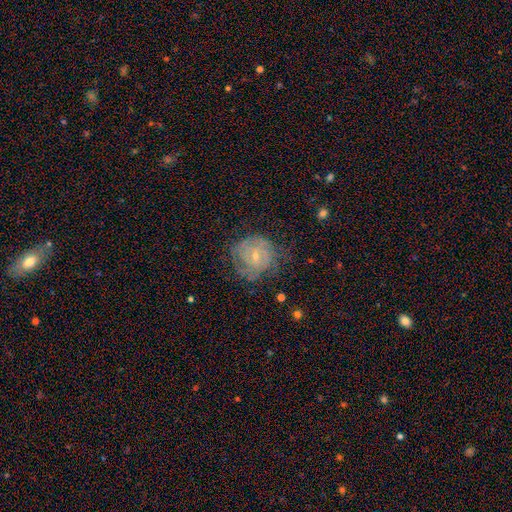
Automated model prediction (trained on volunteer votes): A featured or disk galaxy (75%) with no bar (52%), tight (68%) spiral arms (89%) and a small central bulge (68%).

Vote fractions:
- Smooth or featured? featured or disk: 75% / smooth: 18% / star or artifact: 8%
- Edge-on disk? no: 98% / yes: 2%
- Bar? no: 52% / weak: 40% / strong: 8%
- Spiral arms? yes: 89% / no: 11%
- Spiral winding? tight: 68% / medium: 25% / loose: 7%
- Spiral arm count? can't tell: 43% / 2: 23% / 3: 16% / 4: 9% / 1: 5% / more than 4: 5%
- Bulge size? small: 68% / moderate: 28% / none: 2% / large: 1% / dominant: 1%
- Merging? none: 65% / minor disturbance: 22% / major disturbance: 12% / merger: 1%